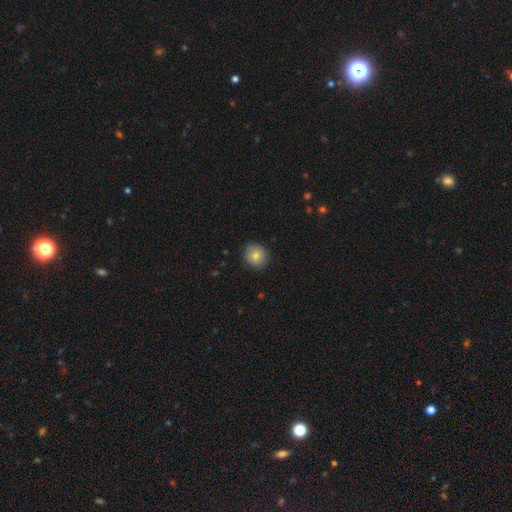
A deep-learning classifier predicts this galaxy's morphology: smooth_or_featured: smooth (p=0.79) [alt: featured or disk p=0.12]
how_rounded: round (p=0.86) [alt: in between p=0.13]
merging: none (p=0.86) [alt: minor disturbance p=0.10]